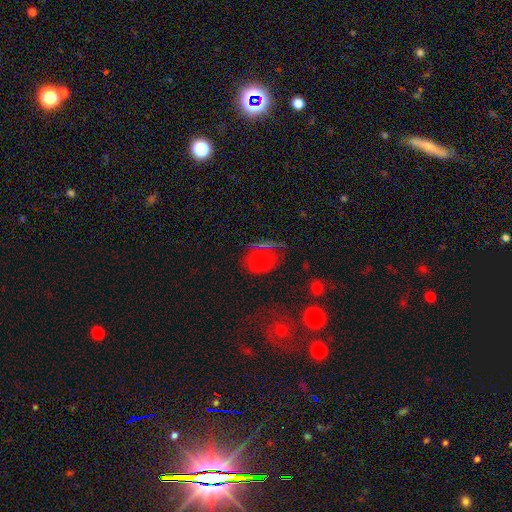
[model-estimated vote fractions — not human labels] Smooth or featured: smooth — 61% (star or artifact — 23%)
How rounded: in between — 59% (round — 37%)
Merging: none — 63% (minor disturbance — 17%)